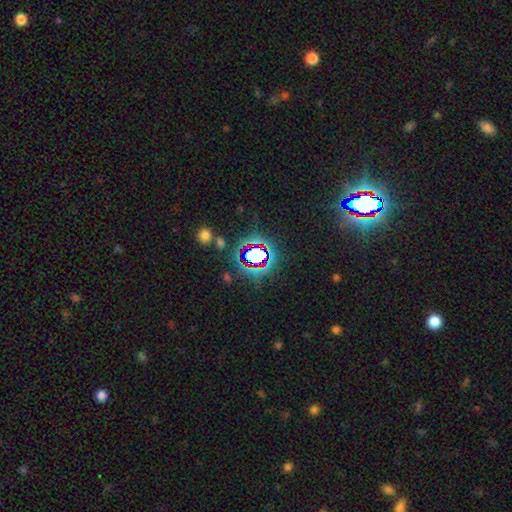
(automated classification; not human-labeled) smooth_or_featured: star or artifact (p=0.68) [alt: smooth p=0.21]